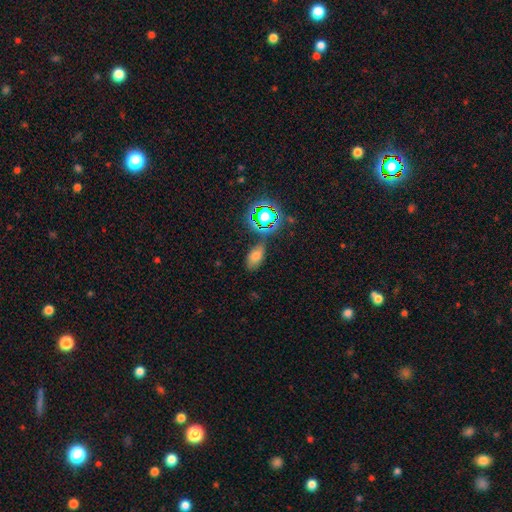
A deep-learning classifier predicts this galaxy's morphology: A smooth galaxy with no disk features (63%) that is in between round and cigar-shaped (86%). Merging: none (73%).